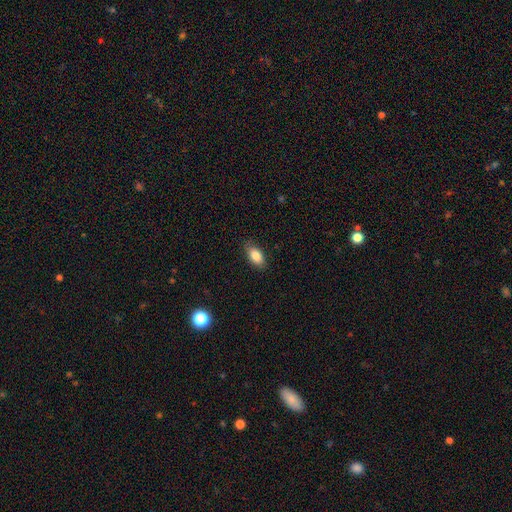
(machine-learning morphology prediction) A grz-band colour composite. It shows a smooth galaxy with no disk features (83%) that is in between round and cigar-shaped (91%). Merging: none (81%).